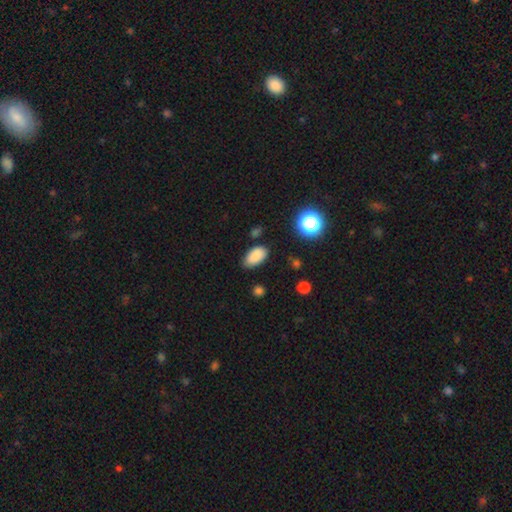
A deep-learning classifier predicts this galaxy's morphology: Smooth or featured? smooth (86%)
How rounded? in between (93%)
Merging? none (78%)